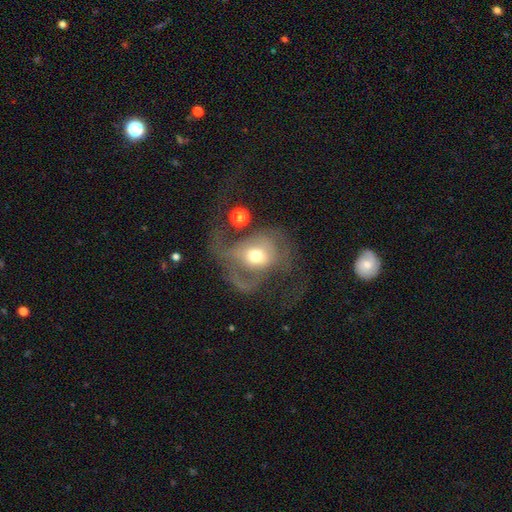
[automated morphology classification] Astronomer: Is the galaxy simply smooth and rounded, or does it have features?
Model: featured or disk — 49% (runner-up: smooth, 42%).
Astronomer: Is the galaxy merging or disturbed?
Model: major disturbance — 57%.